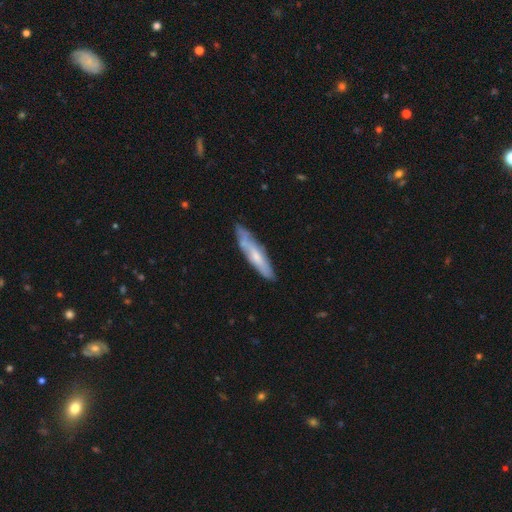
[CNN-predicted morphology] The model was most divided on "smooth or featured": smooth: 50%, featured or disk: 44%, star or artifact: 6%. More confident: how rounded — cigar-shaped (82%); merging — none (71%).